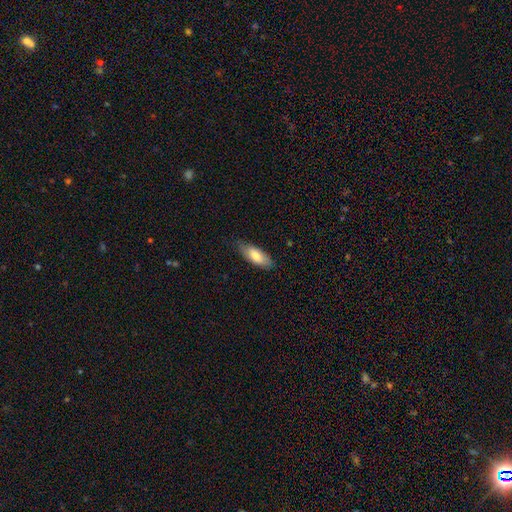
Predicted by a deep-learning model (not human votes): Q: Smooth or featured?
A: smooth (76%); runner-up: featured or disk (19%)
Q: How rounded?
A: in between (77%); runner-up: cigar-shaped (22%)
Q: Merging?
A: none (73%); runner-up: minor disturbance (23%)